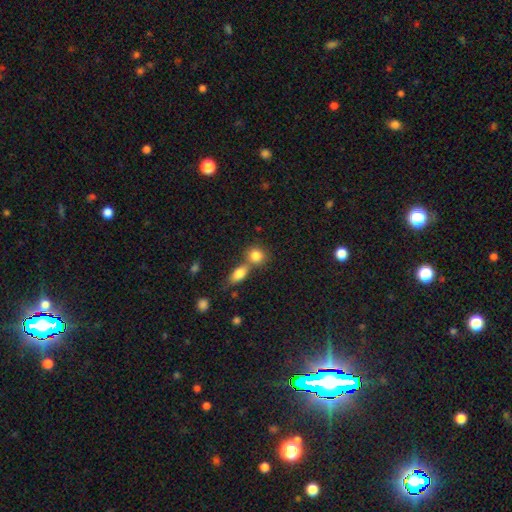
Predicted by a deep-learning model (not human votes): smooth-or-featured: smooth: 83% | star or artifact: 9% | featured or disk: 8%
  how-rounded: round: 69% | in between: 29% | cigar-shaped: 2%
  merging: none: 45% | merger: 44% | minor disturbance: 8% | major disturbance: 3%